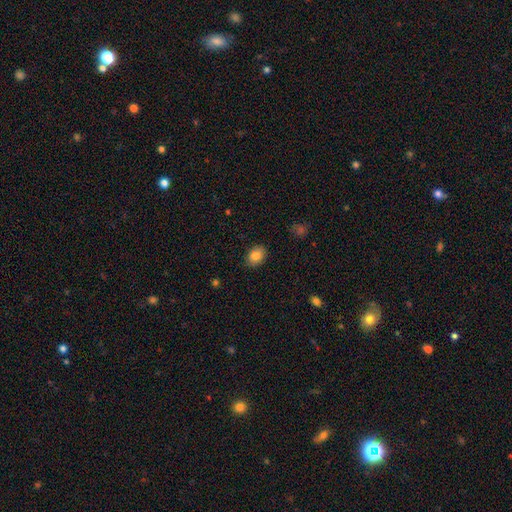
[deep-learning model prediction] Q: Smooth or featured?
A: smooth (84%); runner-up: star or artifact (9%)
Q: How rounded?
A: in between (72%); runner-up: round (27%)
Q: Merging?
A: none (87%); runner-up: minor disturbance (10%)